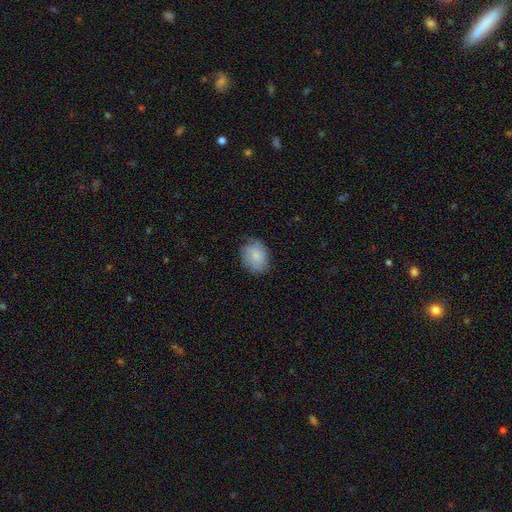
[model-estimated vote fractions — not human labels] A smooth galaxy with no disk features (63%) that is in between round and cigar-shaped (60%).

Vote fractions:
- Smooth or featured? smooth: 63% / featured or disk: 30% / star or artifact: 7%
- How rounded? in between: 60% / round: 39% / cigar-shaped: 1%
- Merging? none: 65% / minor disturbance: 26% / major disturbance: 8% / merger: 1%